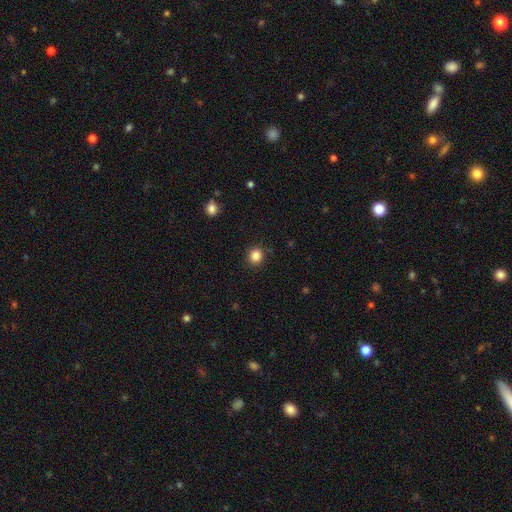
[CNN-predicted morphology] smooth_or_featured: smooth (p=0.85) [alt: star or artifact p=0.11]
how_rounded: round (p=0.90) [alt: in between p=0.09]
merging: none (p=0.90) [alt: minor disturbance p=0.07]